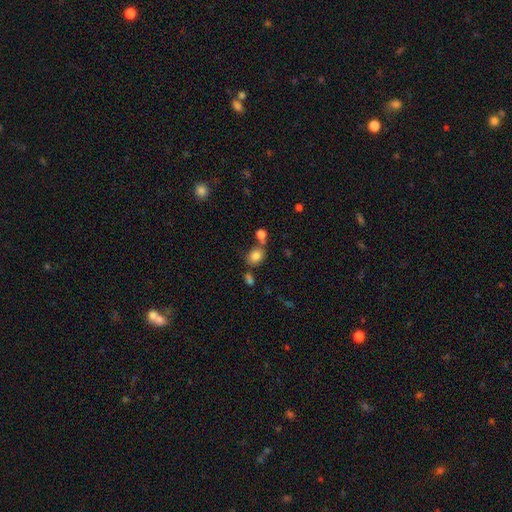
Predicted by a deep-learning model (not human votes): This is clearly a smooth galaxy (81%). How rounded: possibly round (52%). Merging: possibly none (59%).